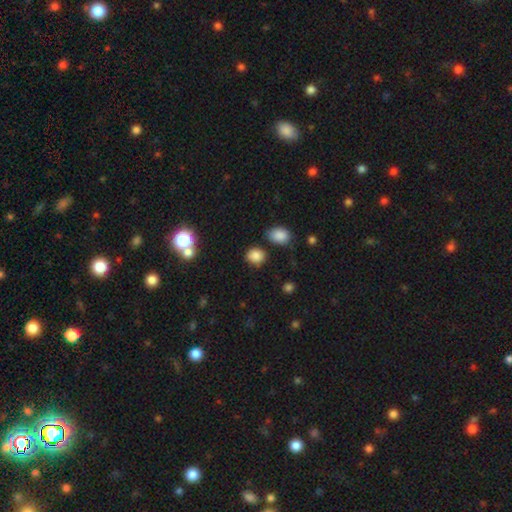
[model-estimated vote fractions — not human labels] smooth-or-featured: smooth: 84% | star or artifact: 12% | featured or disk: 4%
  how-rounded: round: 61% | in between: 38% | cigar-shaped: 1%
  merging: none: 78% | minor disturbance: 13% | merger: 5% | major disturbance: 3%